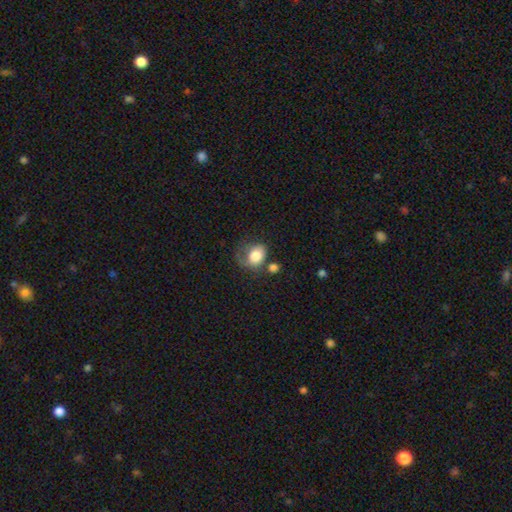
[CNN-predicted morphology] smooth 75%, featured or disk 17%, star or artifact 8%. Down the decision tree: how rounded — round (53%); merging — none (32%).